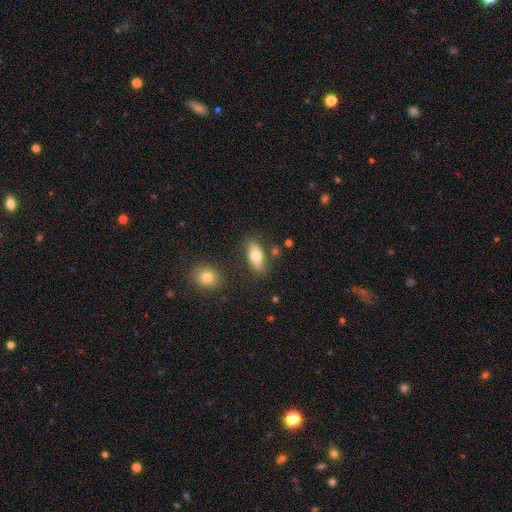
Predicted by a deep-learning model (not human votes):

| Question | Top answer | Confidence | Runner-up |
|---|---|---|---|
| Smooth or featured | smooth | 72% | featured or disk (21%) |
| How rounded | in between | 82% | cigar-shaped (13%) |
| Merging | none | 79% | minor disturbance (13%) |